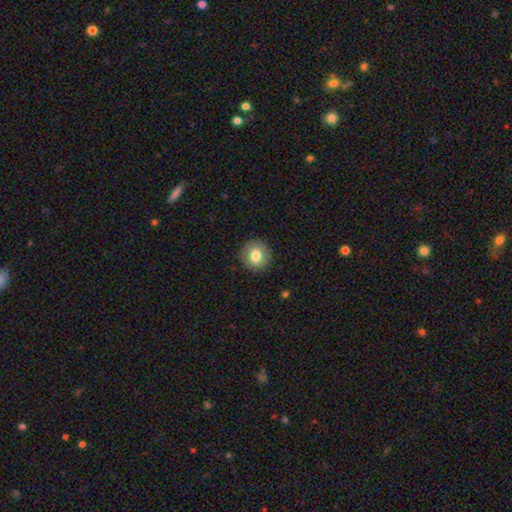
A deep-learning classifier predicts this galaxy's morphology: smooth 78%, featured or disk 14%, star or artifact 8%. Down the decision tree: how rounded — round (88%); merging — none (90%).